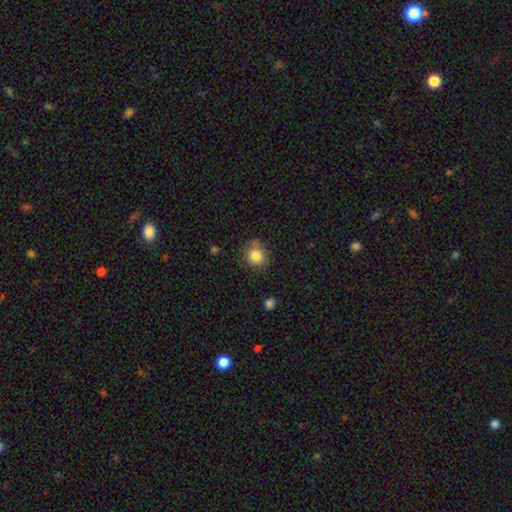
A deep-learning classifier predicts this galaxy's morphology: smooth-or-featured: smooth: 83% | star or artifact: 10% | featured or disk: 7%
  how-rounded: round: 87% | in between: 13% | cigar-shaped: 1%
  merging: none: 73% | minor disturbance: 17% | merger: 6% | major disturbance: 4%